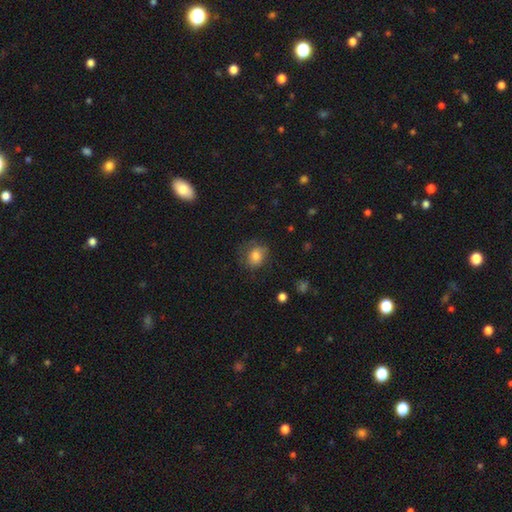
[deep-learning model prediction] smooth-or-featured: smooth: 79% | featured or disk: 11% | star or artifact: 10%
  how-rounded: round: 63% | in between: 36% | cigar-shaped: 1%
  merging: none: 63% | minor disturbance: 24% | major disturbance: 12% | merger: 2%